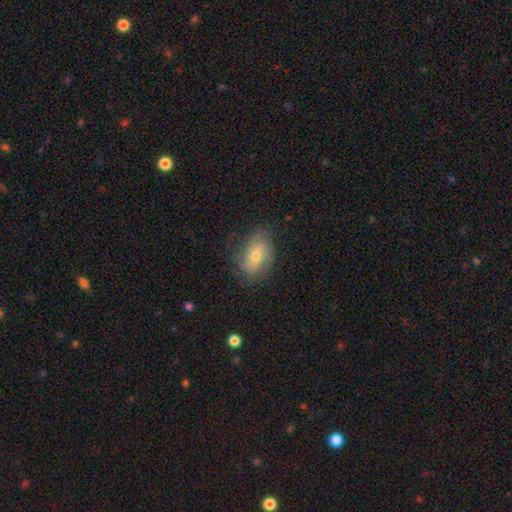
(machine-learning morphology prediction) The model was most divided on "smooth or featured": smooth: 48%, featured or disk: 43%, star or artifact: 9%. More confident: merging — none (72%).